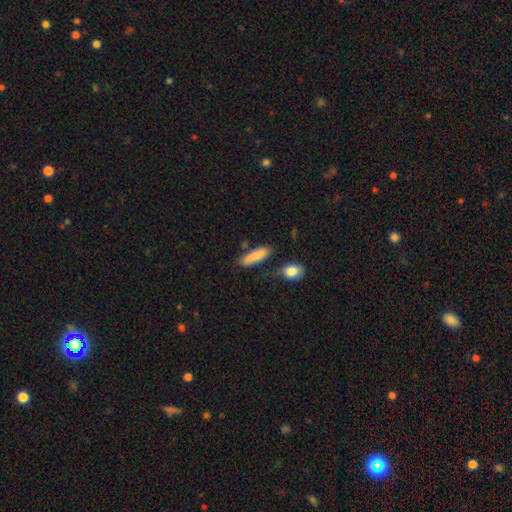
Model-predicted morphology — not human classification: smooth-or-featured: smooth: 81% | featured or disk: 12% | star or artifact: 7%
  how-rounded: cigar-shaped: 54% | in between: 44% | round: 3%
  merging: none: 67% | minor disturbance: 19% | merger: 9% | major disturbance: 5%